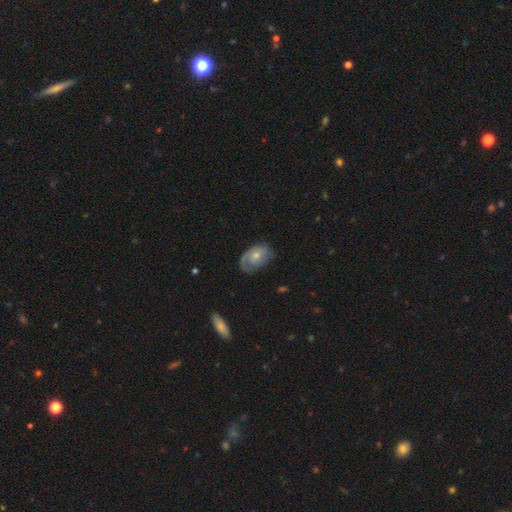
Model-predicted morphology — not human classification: A featured or disk galaxy (50%). Merging: none (56%).